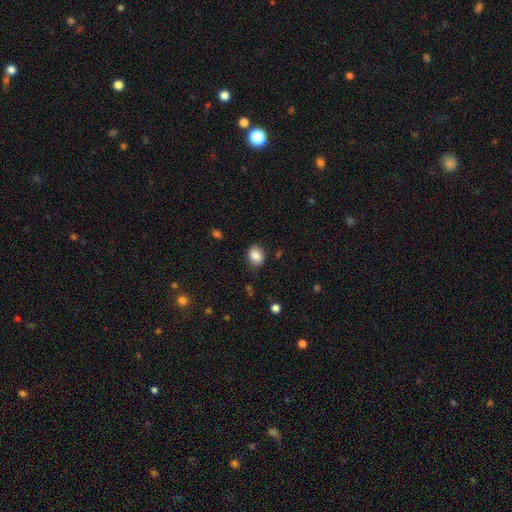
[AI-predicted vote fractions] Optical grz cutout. It shows a smooth galaxy with no disk features (86%) that is in between round and cigar-shaped (54%). Merging: none (81%).